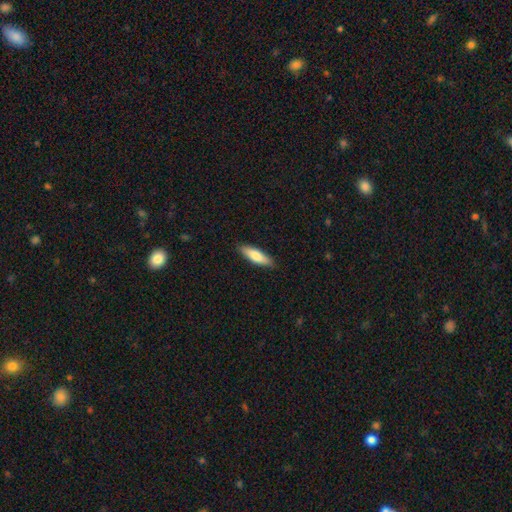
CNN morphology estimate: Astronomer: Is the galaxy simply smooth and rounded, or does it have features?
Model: smooth — 77%.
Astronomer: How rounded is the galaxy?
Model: cigar-shaped — 57% (runner-up: in between, 41%).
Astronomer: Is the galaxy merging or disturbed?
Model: none — 88%.